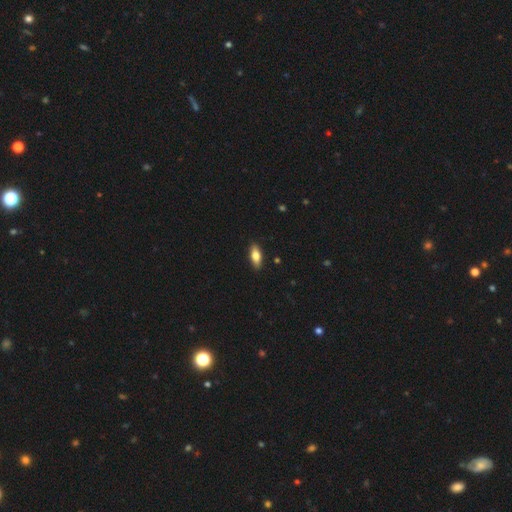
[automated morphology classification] smooth-or-featured: smooth: 77% | featured or disk: 17% | star or artifact: 6%
  how-rounded: in between: 78% | cigar-shaped: 20% | round: 3%
  merging: none: 88% | minor disturbance: 9% | major disturbance: 2% | merger: 1%